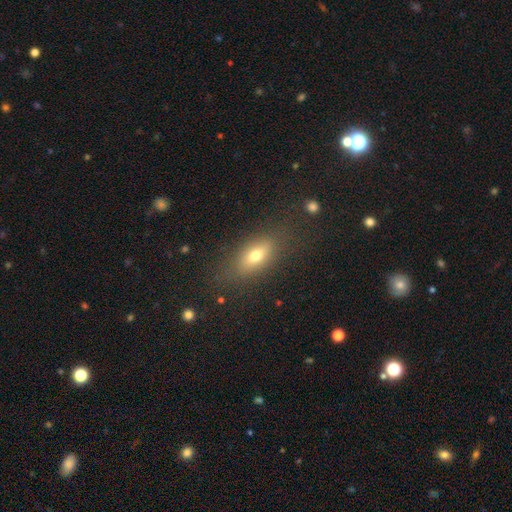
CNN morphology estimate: A smooth galaxy with no disk features (67%) that is in between round and cigar-shaped (74%). Merging: none (80%).